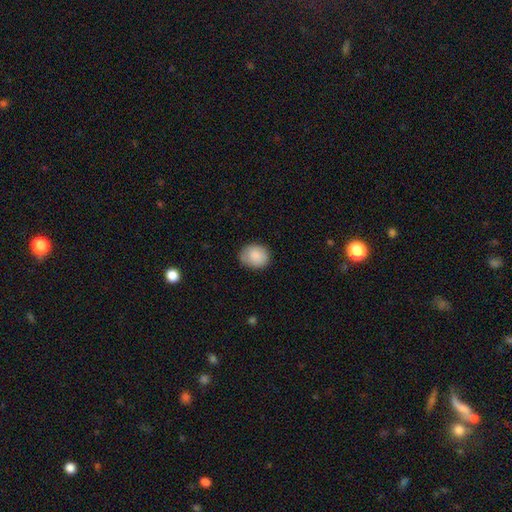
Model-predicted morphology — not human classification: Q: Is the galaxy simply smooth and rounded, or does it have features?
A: smooth — 87%.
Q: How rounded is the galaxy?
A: round — 54%.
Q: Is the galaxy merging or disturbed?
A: none — 78%.